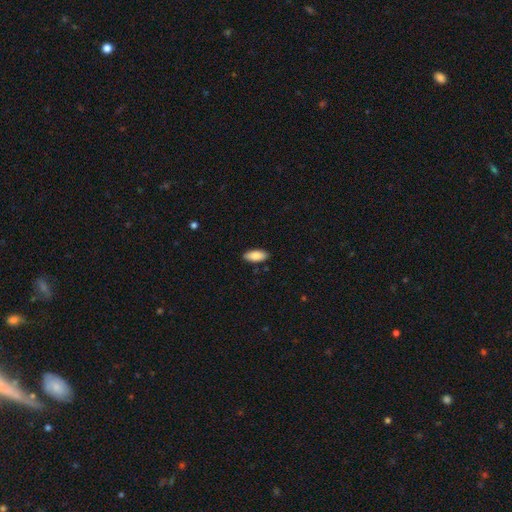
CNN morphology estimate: Smooth or featured? smooth (88%)
How rounded? in between (88%)
Merging? none (88%)